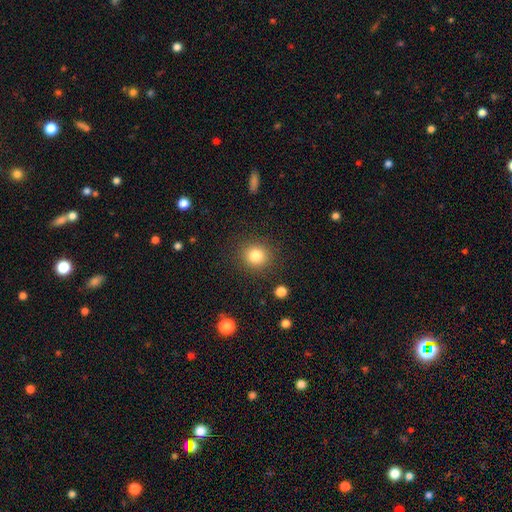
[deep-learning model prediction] Smooth or featured: smooth — 82% (star or artifact — 11%)
How rounded: round — 88% (in between — 12%)
Merging: none — 88% (minor disturbance — 7%)